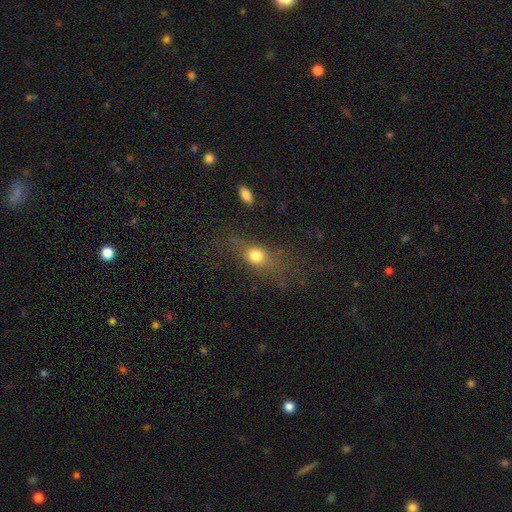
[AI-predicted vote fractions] Smooth or featured: smooth — 67% (featured or disk — 18%)
How rounded: in between — 45% (round — 39%)
Merging: none — 61% (minor disturbance — 19%)